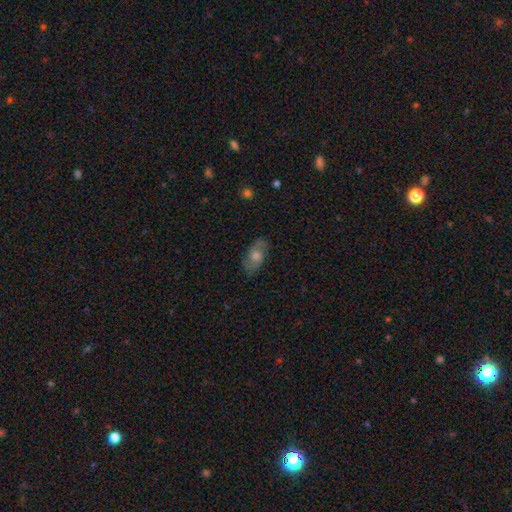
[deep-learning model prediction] smooth-or-featured: featured or disk: 60% | smooth: 30% | star or artifact: 10%
  disk-edge-on: no: 91% | yes: 9%
    bar: no: 72% | weak: 24% | strong: 4%
    has-spiral-arms: yes: 82% | no: 18%
    bulge-size: moderate: 62% | small: 20% | large: 13% | none: 3% | dominant: 1%
  merging: none: 80% | minor disturbance: 15% | major disturbance: 4% | merger: 1%